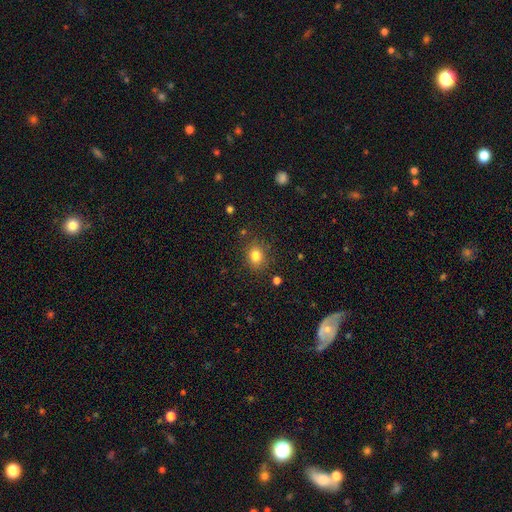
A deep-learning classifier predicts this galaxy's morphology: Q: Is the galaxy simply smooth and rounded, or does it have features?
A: smooth — 82%.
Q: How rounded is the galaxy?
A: round — 58%.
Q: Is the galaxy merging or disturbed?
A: none — 83%.